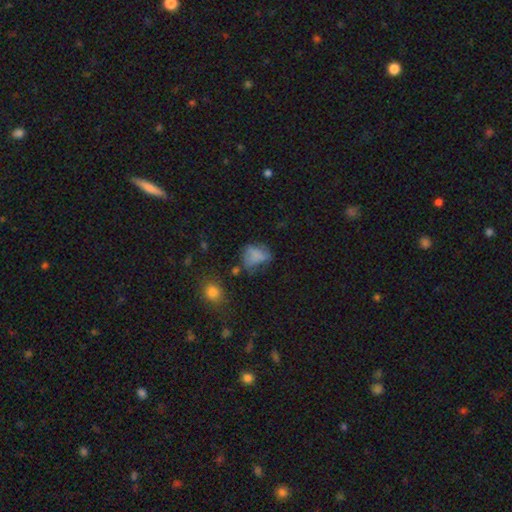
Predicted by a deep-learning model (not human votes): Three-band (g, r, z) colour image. It shows a smooth galaxy with no disk features (66%) that is in between round and cigar-shaped (68%). Merging: none (34%).